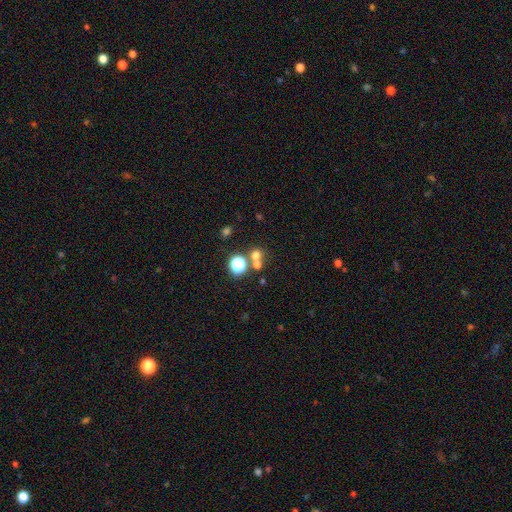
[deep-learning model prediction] Smooth or featured?
  - smooth: 63% *
  - star or artifact: 28%
  - featured or disk: 9%
How rounded?
  - round: 88% *
  - in between: 11%
  - cigar-shaped: 1%
Merging?
  - none: 61% *
  - merger: 29%
  - minor disturbance: 7%
  - major disturbance: 4%